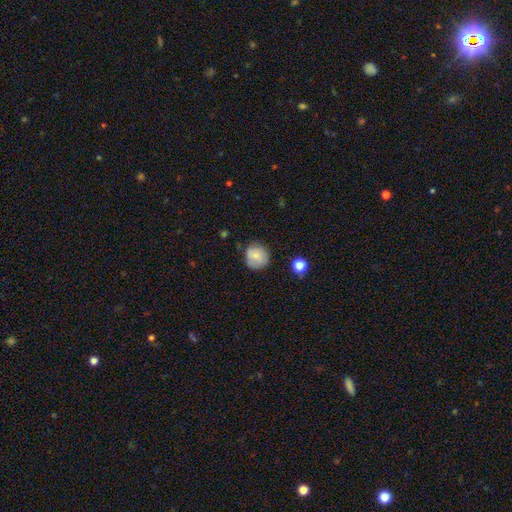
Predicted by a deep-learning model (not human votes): Smooth or featured: smooth — 75% (featured or disk — 17%)
How rounded: round — 89% (in between — 10%)
Merging: none — 76% (minor disturbance — 18%)